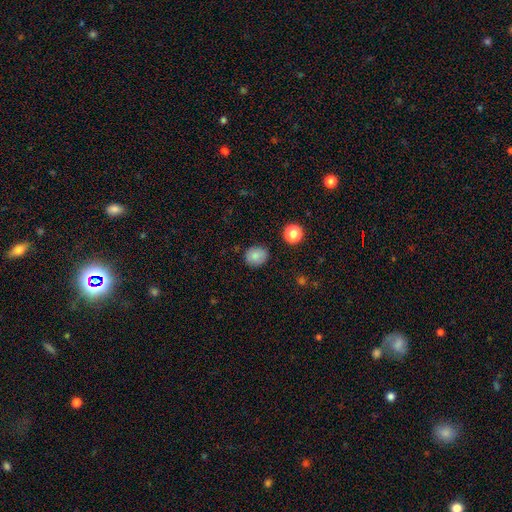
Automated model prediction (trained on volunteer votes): Smooth or featured?
  - smooth: 84% *
  - star or artifact: 10%
  - featured or disk: 6%
How rounded?
  - round: 74% *
  - in between: 25%
  - cigar-shaped: 1%
Merging?
  - none: 85% *
  - minor disturbance: 11%
  - major disturbance: 3%
  - merger: 2%